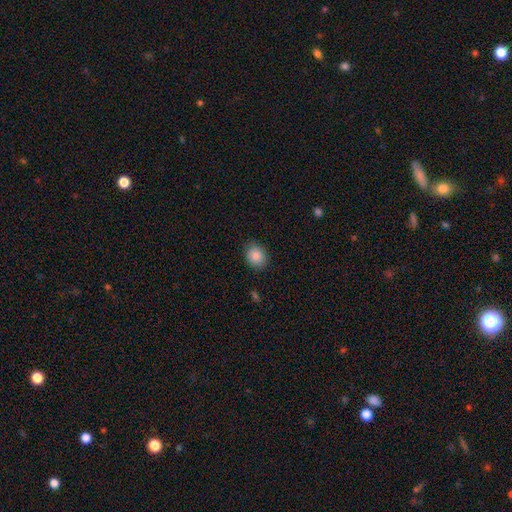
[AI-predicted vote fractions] Overall: smooth (87%). How rounded: round (59%; in between 41%). Merging: none (83%).